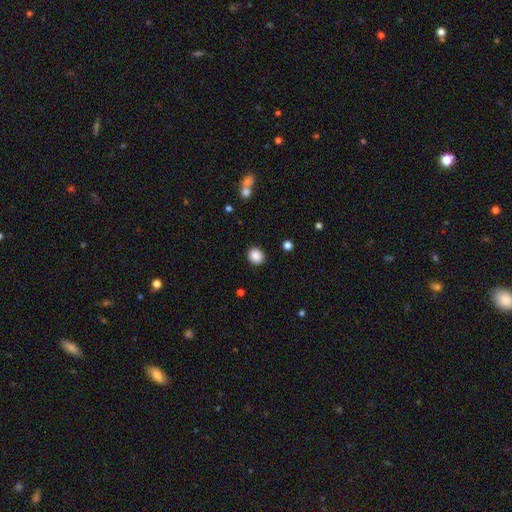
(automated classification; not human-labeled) Smooth or featured? smooth (88%)
How rounded? round (82%)
Merging? none (90%)